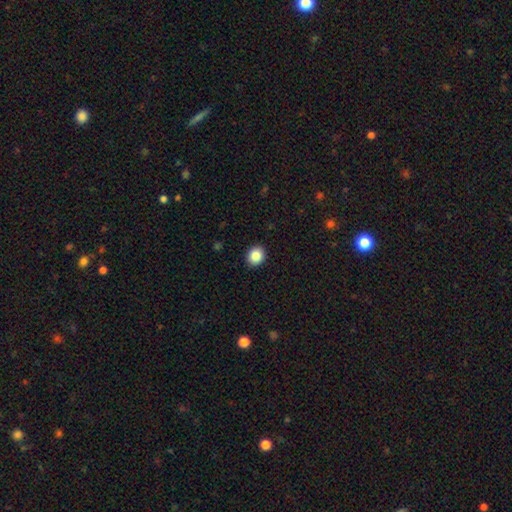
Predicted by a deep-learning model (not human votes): Smooth or featured? Predicted: smooth (p=0.87). How rounded? Predicted: round (p=0.68). Merging? Predicted: none (p=0.92).